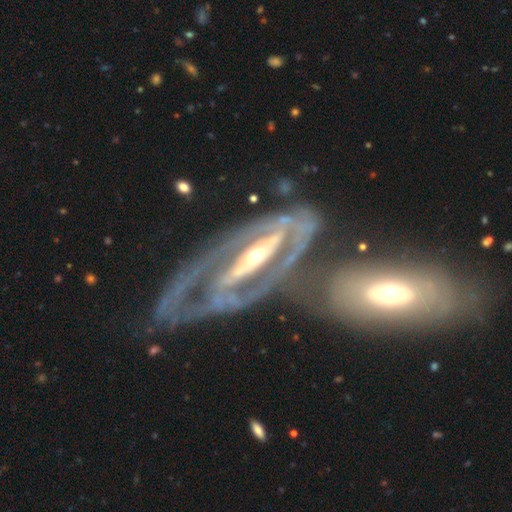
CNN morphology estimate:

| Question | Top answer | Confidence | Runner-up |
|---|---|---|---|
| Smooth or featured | featured or disk | 89% | smooth (6%) |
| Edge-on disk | no | 90% | yes (10%) |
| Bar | strong | 51% | weak (26%) |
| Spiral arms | yes | 89% | no (11%) |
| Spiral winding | tight | 52% | medium (36%) |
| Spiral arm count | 2 | 61% | can't tell (20%) |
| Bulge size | small | 51% | moderate (42%) |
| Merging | none | 38% | merger (27%) |